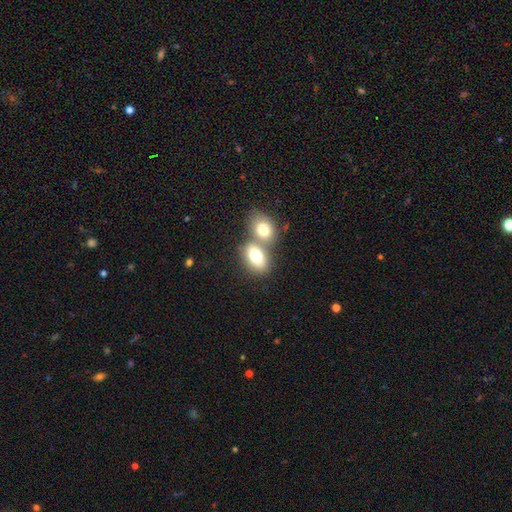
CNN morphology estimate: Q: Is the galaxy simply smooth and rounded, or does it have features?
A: smooth — 75%.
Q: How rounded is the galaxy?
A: in between — 81%.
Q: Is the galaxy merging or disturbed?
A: merger — 57%.